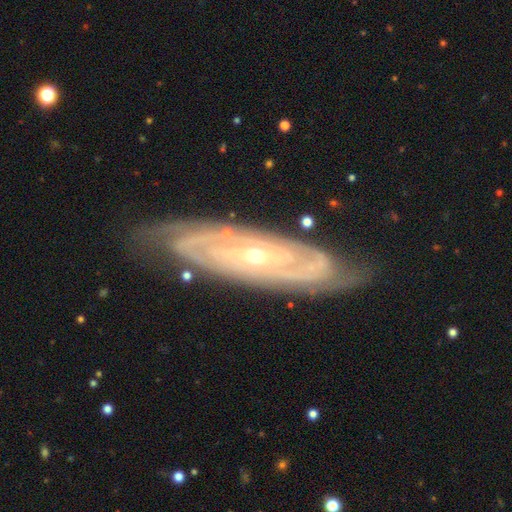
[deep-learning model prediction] Q: Smooth or featured?
A: featured or disk (89%); runner-up: smooth (6%)
Q: Edge-on disk?
A: no (85%); runner-up: yes (15%)
Q: Bar?
A: no (69%); runner-up: weak (21%)
Q: Spiral arms?
A: yes (96%); runner-up: no (4%)
Q: Spiral winding?
A: tight (78%); runner-up: medium (18%)
Q: Spiral arm count?
A: can't tell (33%); runner-up: 2 (29%)
Q: Bulge size?
A: small (71%); runner-up: moderate (27%)
Q: Merging?
A: none (81%); runner-up: minor disturbance (14%)